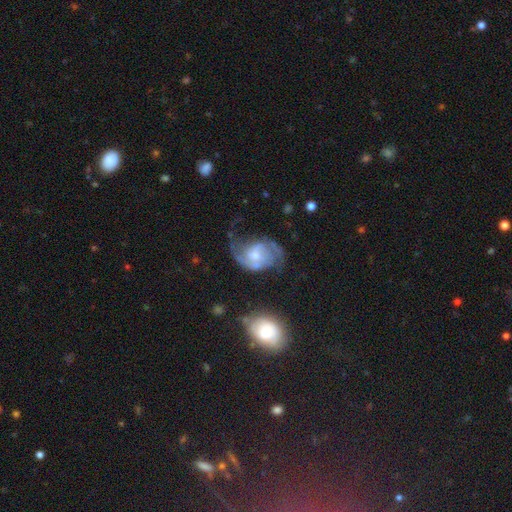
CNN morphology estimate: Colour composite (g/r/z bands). It shows a featured or disk galaxy (81%) with no bar (51%), 2 (80%) medium (48%) spiral arms (93%) and a small central bulge (50%). Merging: none (48%).